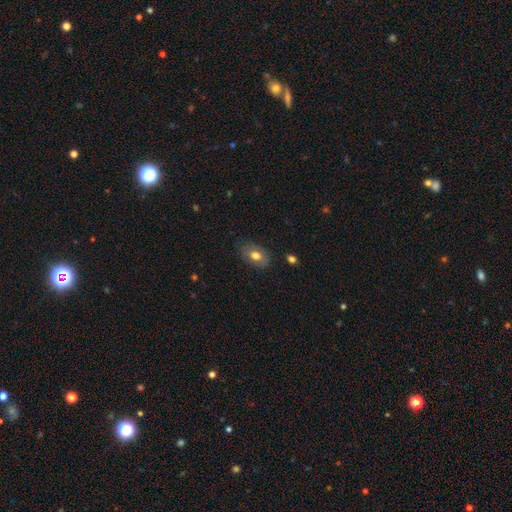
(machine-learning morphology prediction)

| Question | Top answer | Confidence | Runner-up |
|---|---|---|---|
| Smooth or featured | smooth | 71% | featured or disk (21%) |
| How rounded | in between | 86% | round (12%) |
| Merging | none | 78% | minor disturbance (17%) |